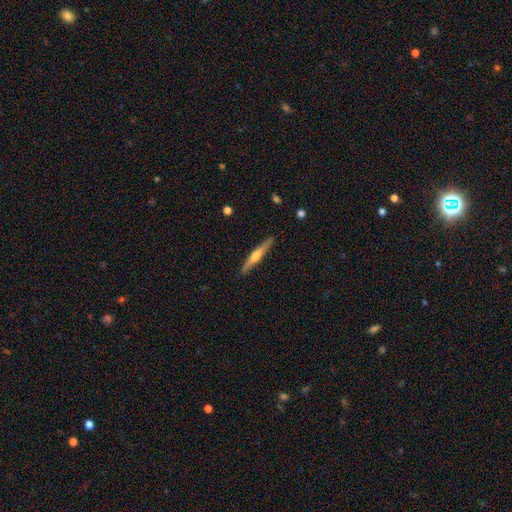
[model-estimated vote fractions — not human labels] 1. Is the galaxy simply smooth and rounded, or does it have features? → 63% featured or disk, 31% smooth, 5% star or artifact.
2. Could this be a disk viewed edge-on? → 97% yes, 3% no.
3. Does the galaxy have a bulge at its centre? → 90% rounded, 6% none, 4% boxy.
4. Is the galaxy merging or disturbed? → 90% none, 8% minor disturbance, 1% major disturbance, 1% merger.